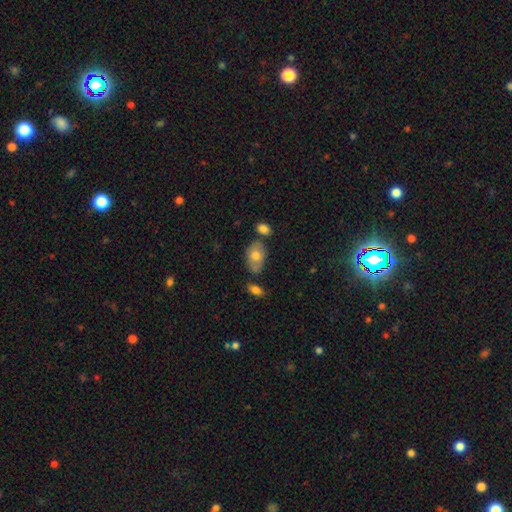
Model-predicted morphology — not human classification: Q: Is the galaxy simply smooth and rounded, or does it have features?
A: smooth — 50%.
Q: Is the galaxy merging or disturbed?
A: none — 67%.